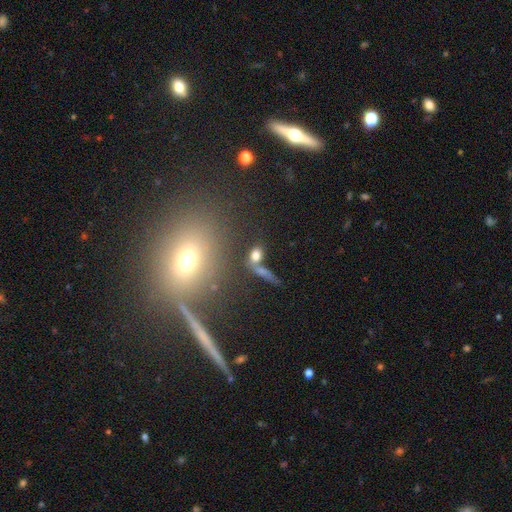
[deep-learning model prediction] smooth_or_featured: smooth (p=0.74) [alt: star or artifact p=0.13]
how_rounded: in between (p=0.69) [alt: round p=0.22]
merging: none (p=0.50) [alt: merger p=0.31]